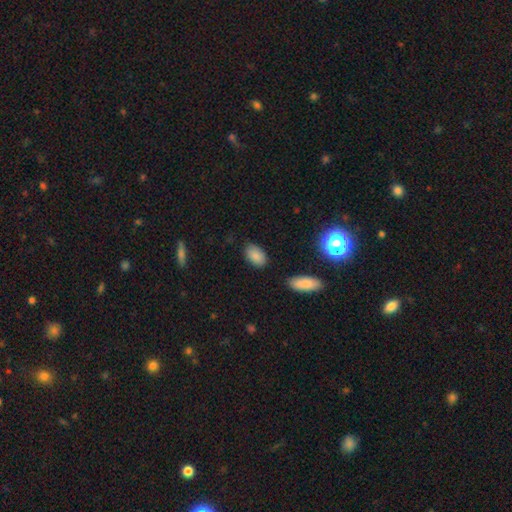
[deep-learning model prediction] A smooth galaxy with no disk features (85%) that is in between round and cigar-shaped (91%). Merging: none (80%).